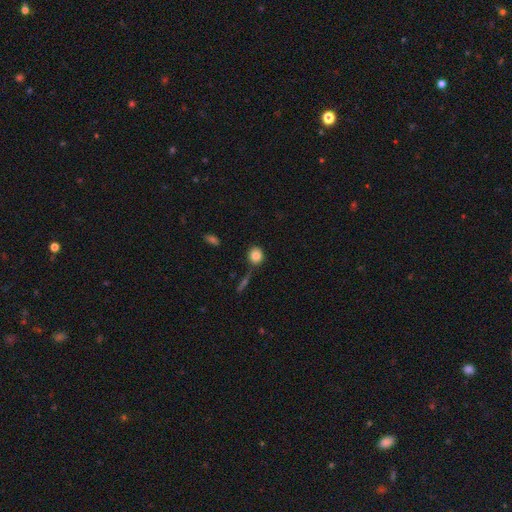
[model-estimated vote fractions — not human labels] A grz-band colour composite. It shows a smooth galaxy with no disk features (83%) that is round (80%). Merging: none (72%).